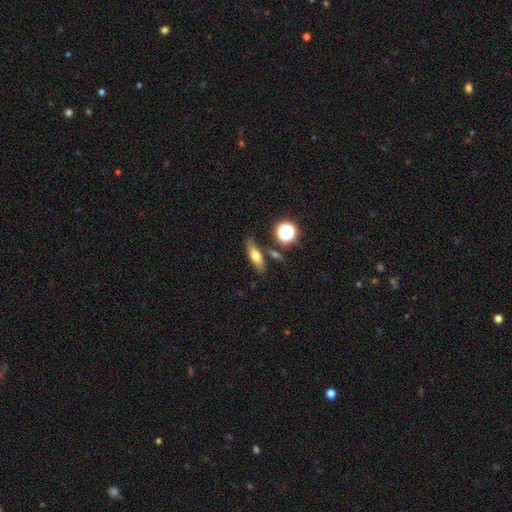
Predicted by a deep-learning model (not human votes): smooth 61%, featured or disk 28%, star or artifact 11%. Down the decision tree: how rounded — in between (47%); merging — none (74%).